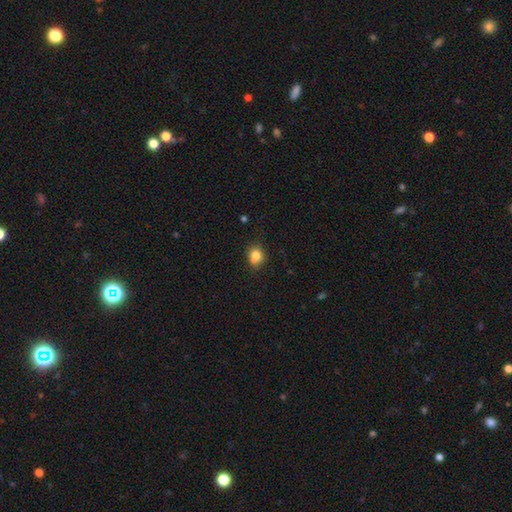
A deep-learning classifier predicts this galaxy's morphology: Overall: smooth (78%). How rounded: round (73%). Merging: none (59%; merger 20%).